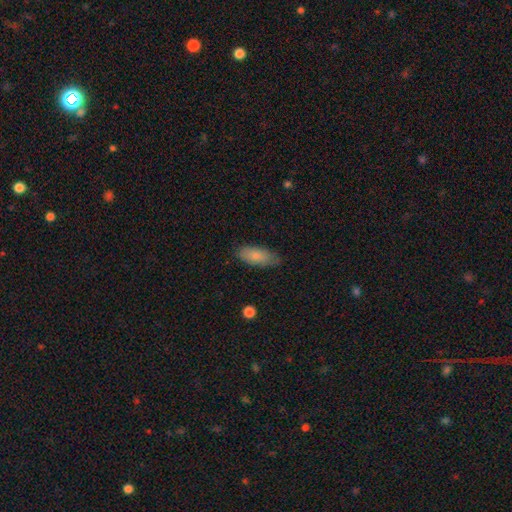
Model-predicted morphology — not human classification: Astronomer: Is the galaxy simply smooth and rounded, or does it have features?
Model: smooth — 81%.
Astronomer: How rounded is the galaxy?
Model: in between — 84%.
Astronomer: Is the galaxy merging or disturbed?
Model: none — 75%.